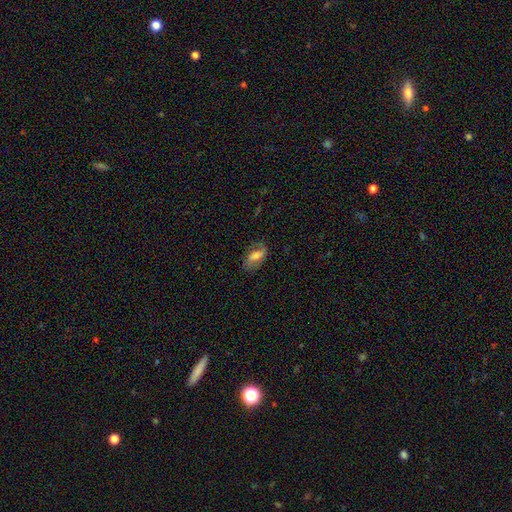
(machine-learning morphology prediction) A featured or disk galaxy (51%). Merging: none (70%).